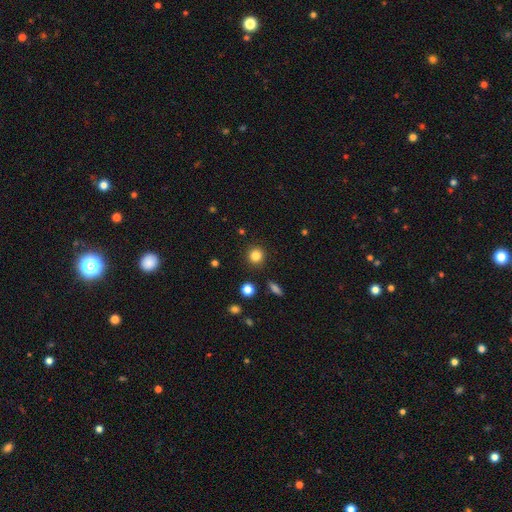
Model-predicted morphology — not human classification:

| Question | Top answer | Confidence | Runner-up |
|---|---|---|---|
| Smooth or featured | smooth | 84% | star or artifact (12%) |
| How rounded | round | 92% | in between (7%) |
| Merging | none | 90% | minor disturbance (6%) |